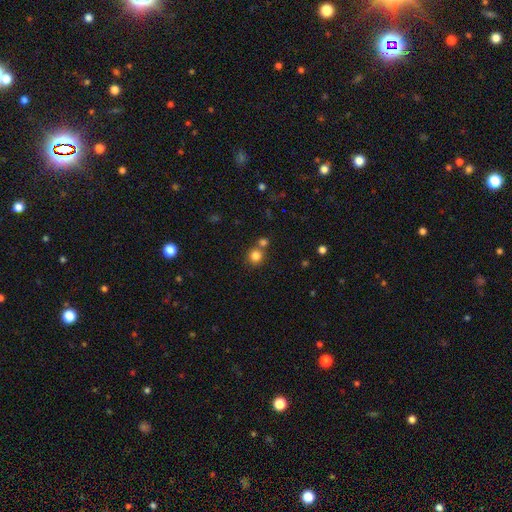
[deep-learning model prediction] Smooth or featured? Predicted: smooth (p=0.81). How rounded? Predicted: round (p=0.91). Merging? Predicted: none (p=0.64).